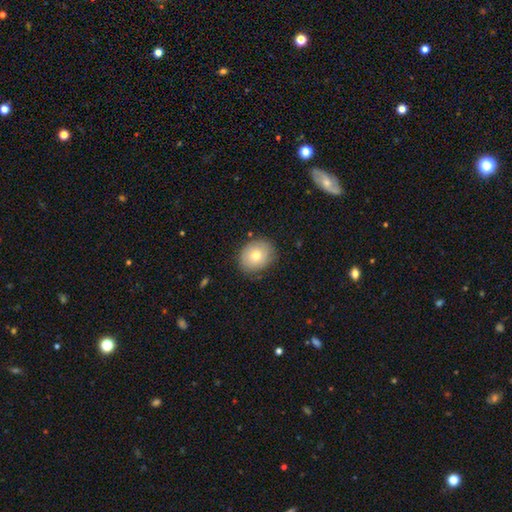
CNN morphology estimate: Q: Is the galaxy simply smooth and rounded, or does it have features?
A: smooth — 74%.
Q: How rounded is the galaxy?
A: round — 60%.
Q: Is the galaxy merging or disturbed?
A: none — 81%.